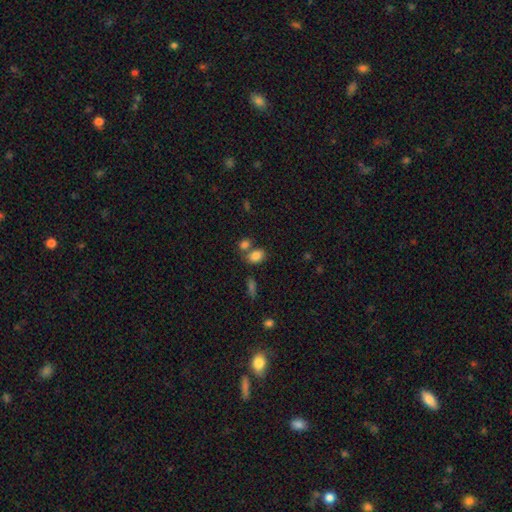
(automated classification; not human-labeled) smooth 83%, star or artifact 10%, featured or disk 7%. Down the decision tree: how rounded — in between (74%); merging — none (51%).